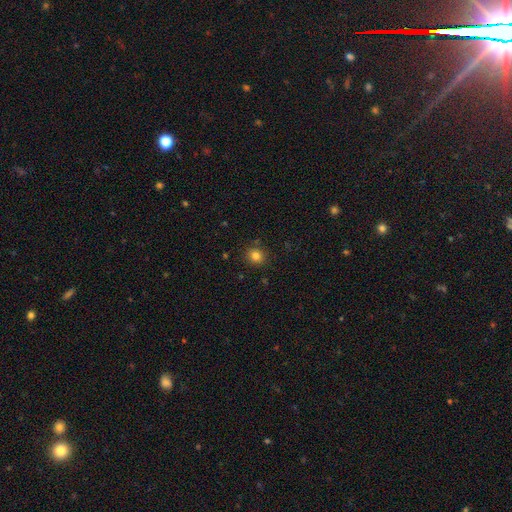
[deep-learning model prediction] smooth 81%, star or artifact 13%, featured or disk 6%. Down the decision tree: how rounded — round (84%); merging — none (87%).